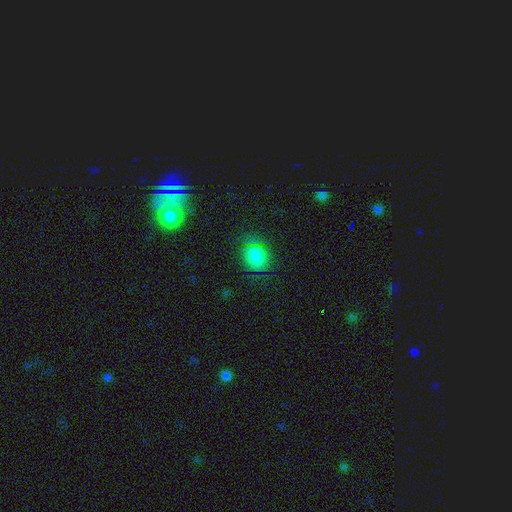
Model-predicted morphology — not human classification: A smooth galaxy with no disk features (80%) that is round (68%). Merging: none (75%).